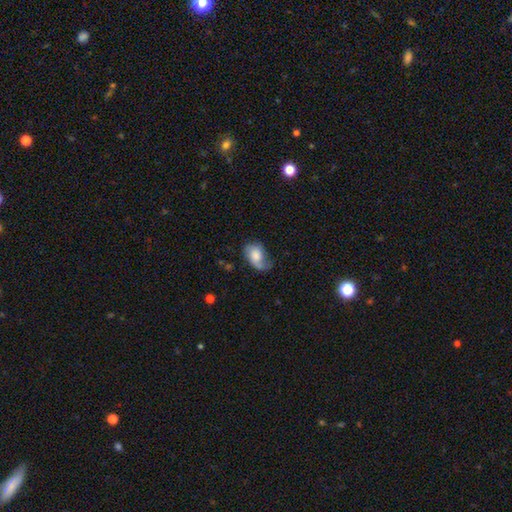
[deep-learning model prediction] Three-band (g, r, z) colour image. It shows a featured or disk galaxy (47%). Merging: none (43%).